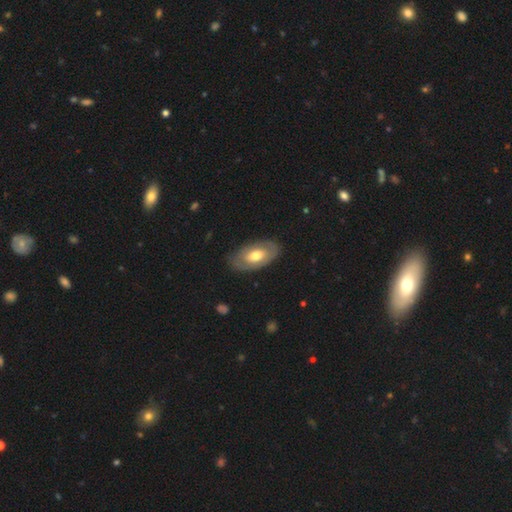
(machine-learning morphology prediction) Smooth or featured?
  - smooth: 50% *
  - featured or disk: 45%
  - star or artifact: 5%
Merging?
  - none: 80% *
  - minor disturbance: 15%
  - major disturbance: 4%
  - merger: 1%